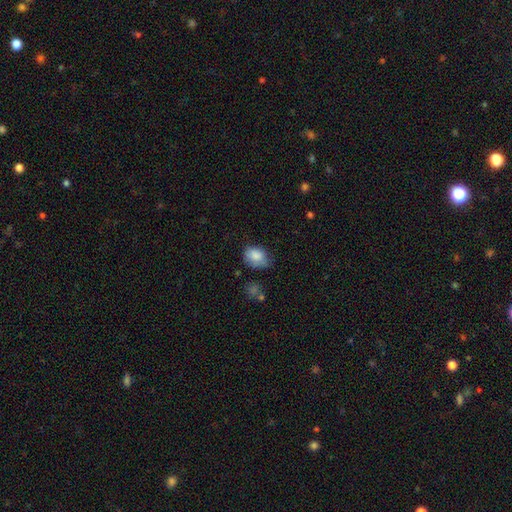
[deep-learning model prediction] This appears to be a smooth galaxy with no disk features (83%) that is in between round and cigar-shaped (68%). Merging: none (47%).